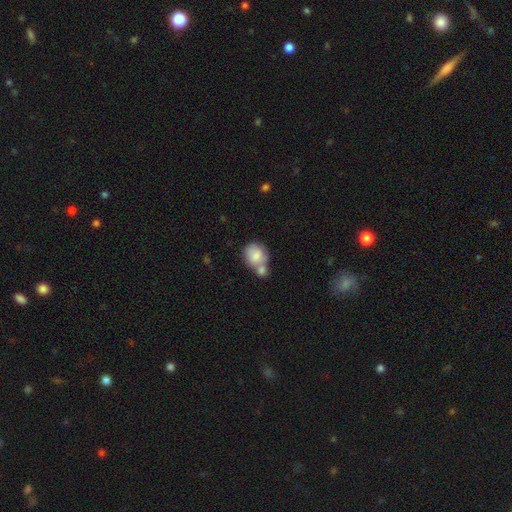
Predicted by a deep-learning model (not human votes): Morphology: type=smooth (78%); roundness=round (69%); merging=merger (55%).